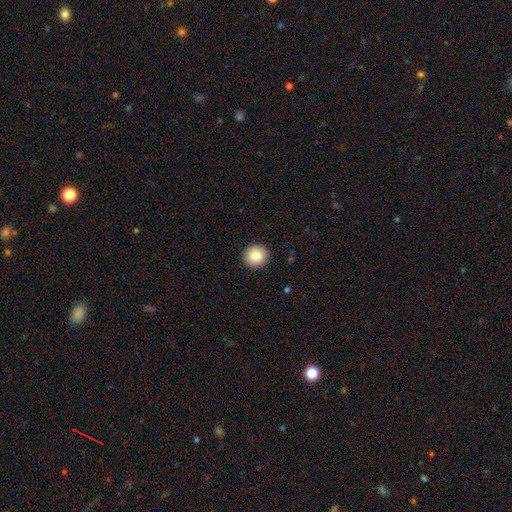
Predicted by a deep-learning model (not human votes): This appears to be a smooth galaxy with no disk features (83%) that is round (95%). Merging: none (93%).